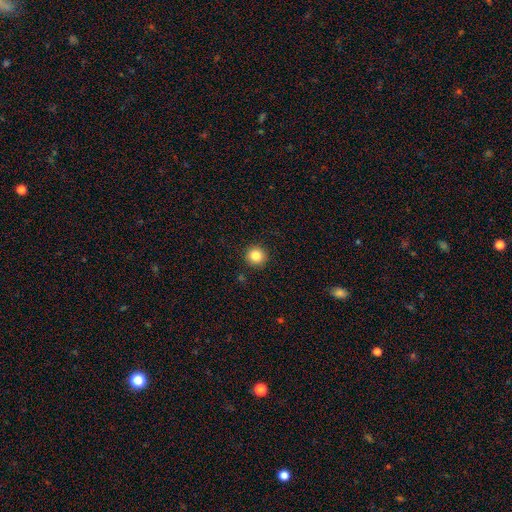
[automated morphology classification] Smooth or featured? Predicted: smooth (p=0.84). How rounded? Predicted: round (p=0.95). Merging? Predicted: none (p=0.92).